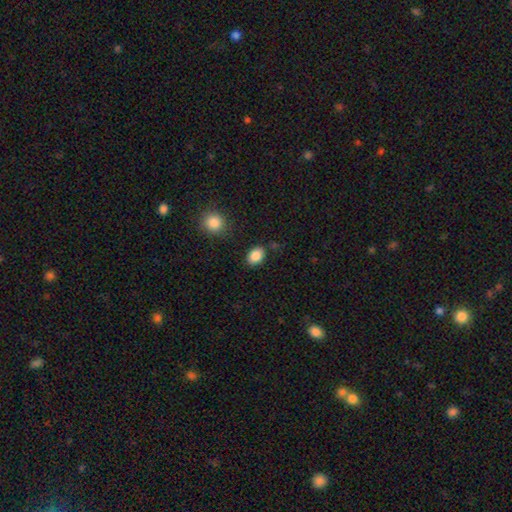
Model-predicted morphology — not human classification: Smooth or featured? smooth (87%)
How rounded? in between (76%)
Merging? none (83%)